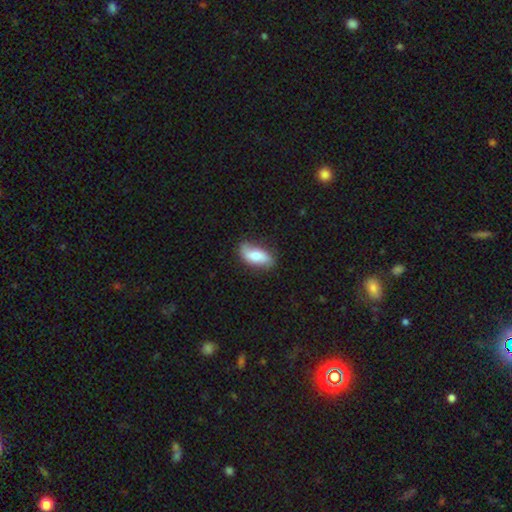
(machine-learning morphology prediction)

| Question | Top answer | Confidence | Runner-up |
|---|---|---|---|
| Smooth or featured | smooth | 66% | featured or disk (28%) |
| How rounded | in between | 87% | cigar-shaped (10%) |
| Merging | none | 77% | minor disturbance (18%) |